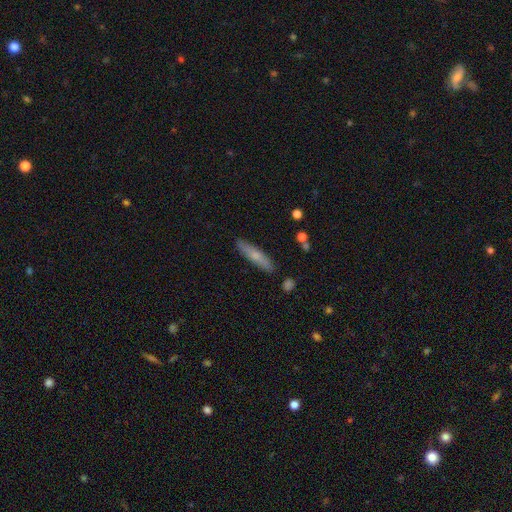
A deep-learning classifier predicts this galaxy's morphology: Smooth or featured? smooth (63%)
How rounded? cigar-shaped (84%)
Merging? none (86%)